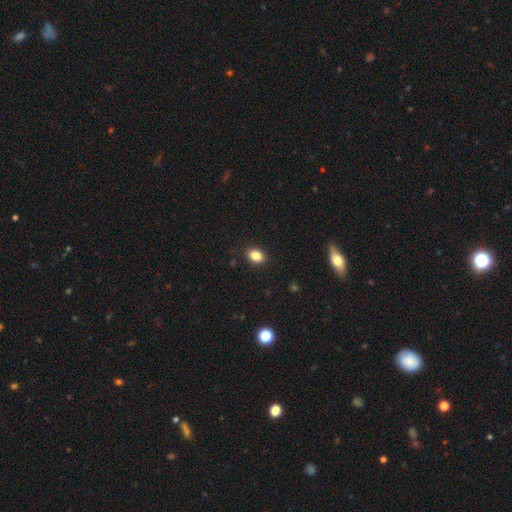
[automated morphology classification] A smooth galaxy with no disk features (84%) that is in between round and cigar-shaped (63%).

Vote fractions:
- Smooth or featured? smooth: 84% / star or artifact: 10% / featured or disk: 5%
- How rounded? in between: 63% / round: 36% / cigar-shaped: 1%
- Merging? none: 90% / minor disturbance: 7% / major disturbance: 2% / merger: 1%